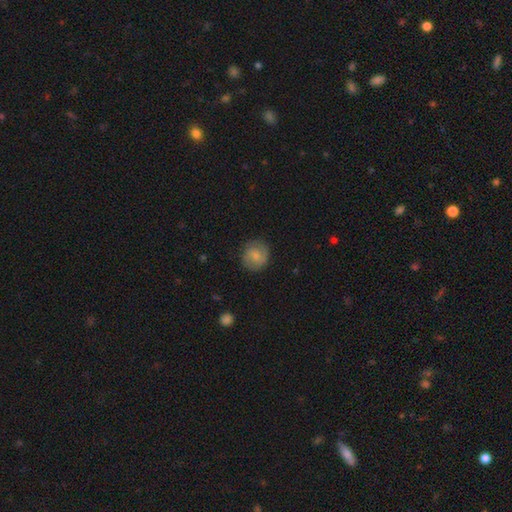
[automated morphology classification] Smooth or featured: smooth — 63% (featured or disk — 30%)
How rounded: round — 85% (in between — 14%)
Merging: none — 82% (minor disturbance — 13%)